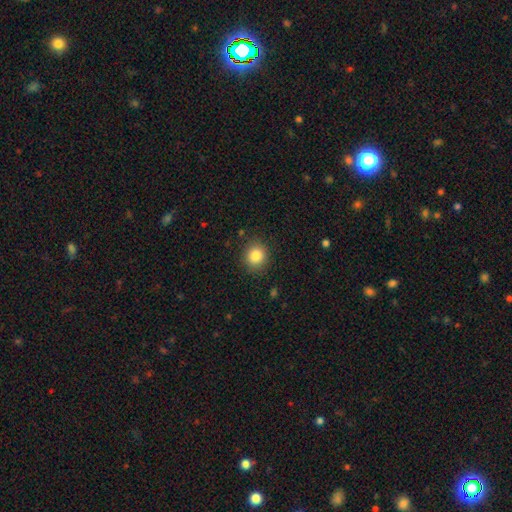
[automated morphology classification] type=smooth (85%); roundness=round (82%); merging=none (88%).